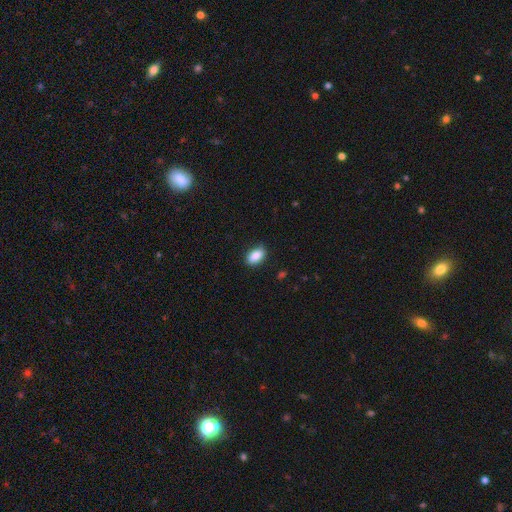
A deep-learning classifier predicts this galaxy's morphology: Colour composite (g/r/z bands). It shows a smooth galaxy with no disk features (87%) that is in between round and cigar-shaped (90%). Merging: none (85%).